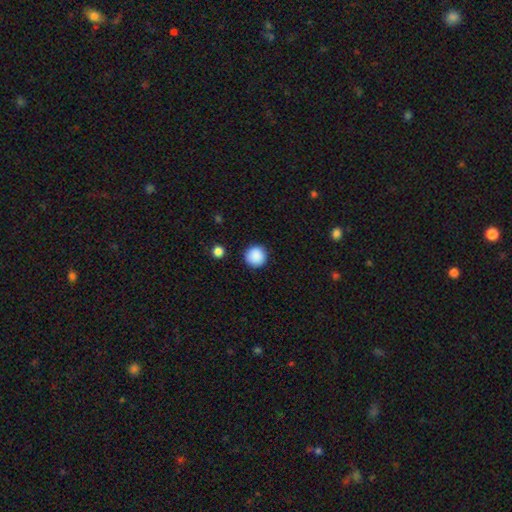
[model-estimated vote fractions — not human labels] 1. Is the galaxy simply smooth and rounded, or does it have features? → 89% smooth, 9% star or artifact, 3% featured or disk.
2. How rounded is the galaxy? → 96% round, 3% in between, 1% cigar-shaped.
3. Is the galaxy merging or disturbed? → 91% none, 5% minor disturbance, 2% major disturbance, 1% merger.